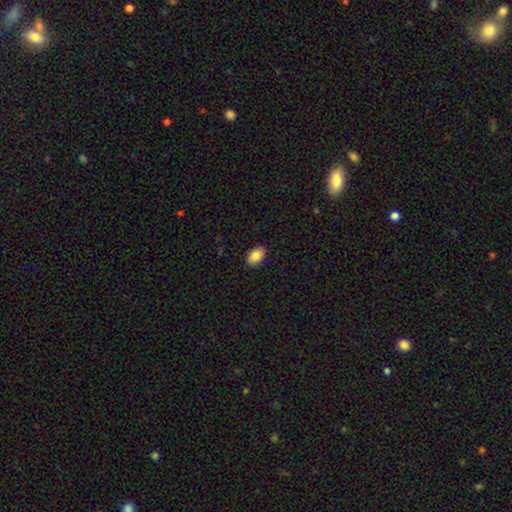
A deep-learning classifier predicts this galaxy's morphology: This appears to be a smooth galaxy with no disk features (88%) that is in between round and cigar-shaped (87%). Merging: none (87%).